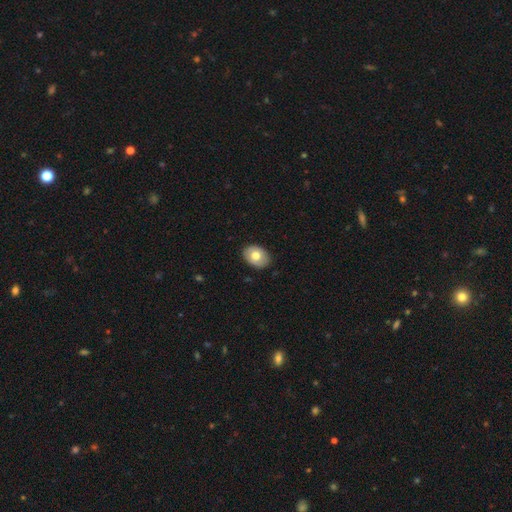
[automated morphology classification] A smooth galaxy with no disk features (72%) that is in between round and cigar-shaped (73%).

Vote fractions:
- Smooth or featured? smooth: 72% / featured or disk: 21% / star or artifact: 7%
- How rounded? in between: 73% / round: 26% / cigar-shaped: 1%
- Merging? none: 88% / minor disturbance: 9% / major disturbance: 2% / merger: 1%